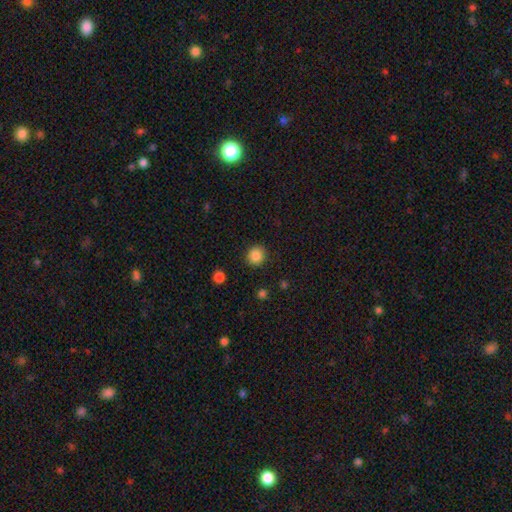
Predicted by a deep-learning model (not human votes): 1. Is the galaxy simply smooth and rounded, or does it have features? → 86% smooth, 10% star or artifact, 4% featured or disk.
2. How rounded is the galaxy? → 88% round, 12% in between, 1% cigar-shaped.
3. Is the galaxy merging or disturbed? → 90% none, 7% minor disturbance, 2% major disturbance, 1% merger.